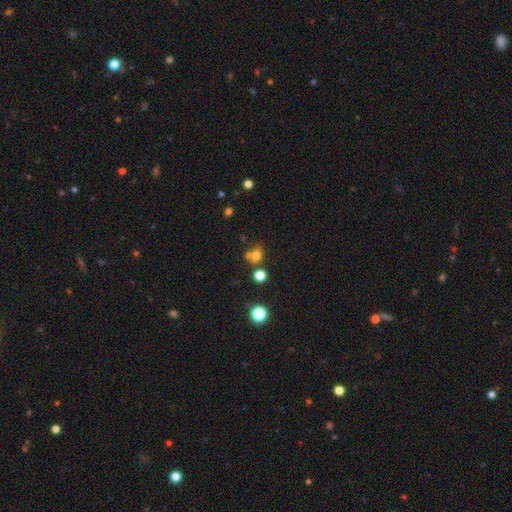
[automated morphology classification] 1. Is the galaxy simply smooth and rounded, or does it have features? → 73% smooth, 18% star or artifact, 9% featured or disk.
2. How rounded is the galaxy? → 68% round, 31% in between, 1% cigar-shaped.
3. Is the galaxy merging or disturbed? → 53% none, 31% merger, 12% minor disturbance, 5% major disturbance.